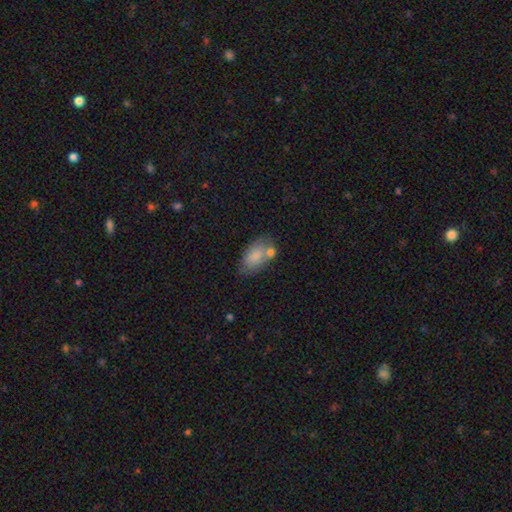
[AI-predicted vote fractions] Smooth or featured? smooth (78%)
How rounded? in between (92%)
Merging? none (50%)